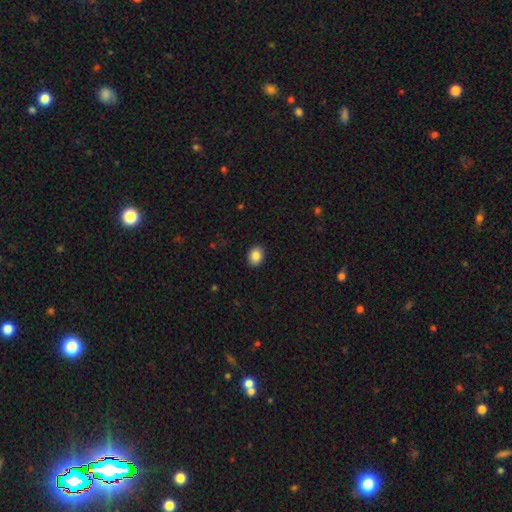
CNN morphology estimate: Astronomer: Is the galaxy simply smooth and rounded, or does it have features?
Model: smooth — 87%.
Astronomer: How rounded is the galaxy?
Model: in between — 63%.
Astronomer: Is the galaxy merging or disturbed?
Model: none — 90%.